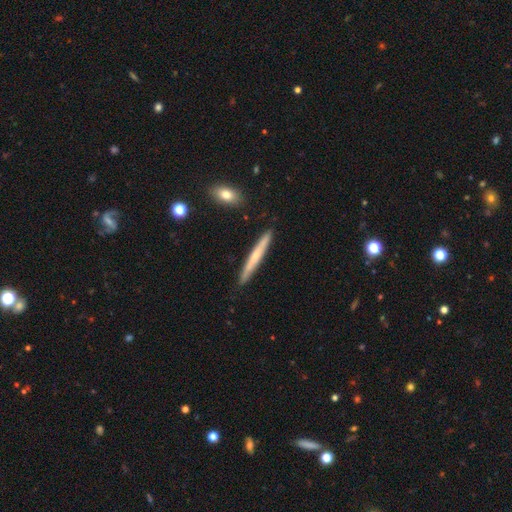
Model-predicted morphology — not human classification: smooth_or_featured: smooth (p=0.48) [alt: featured or disk p=0.46]
merging: none (p=0.89) [alt: minor disturbance p=0.08]